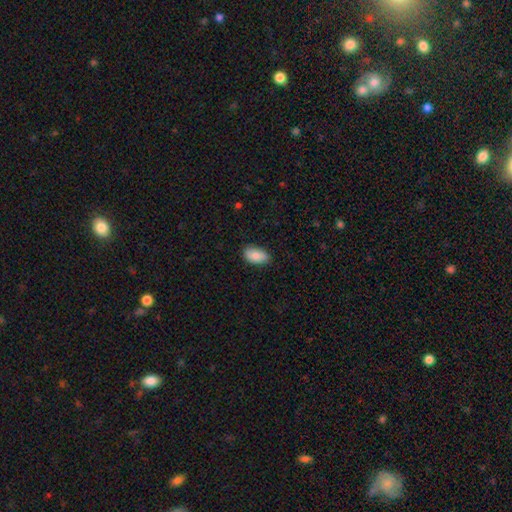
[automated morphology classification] This is clearly a smooth galaxy (85%). How rounded: clearly in between (94%). Merging: clearly none (82%).